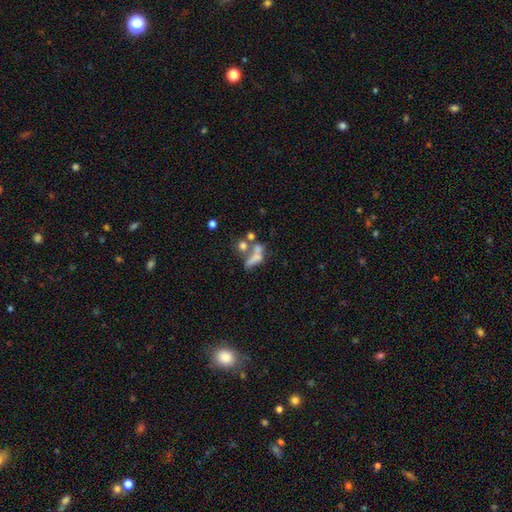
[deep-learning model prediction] Smooth or featured: smooth — 51% (featured or disk — 33%)
How rounded: in between — 52% (cigar-shaped — 27%)
Merging: merger — 46% (none — 25%)